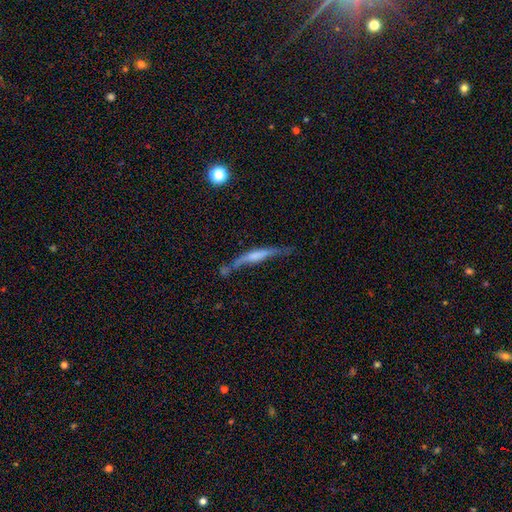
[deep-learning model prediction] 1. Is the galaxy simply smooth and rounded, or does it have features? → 57% featured or disk, 36% smooth, 8% star or artifact.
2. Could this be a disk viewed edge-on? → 83% yes, 17% no.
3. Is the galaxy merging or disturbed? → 46% none, 26% minor disturbance, 15% major disturbance, 13% merger.